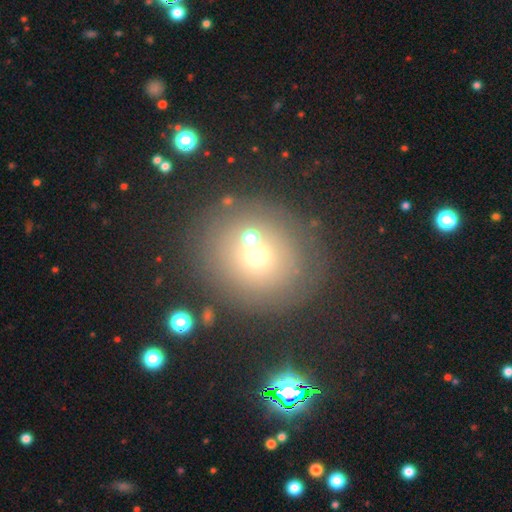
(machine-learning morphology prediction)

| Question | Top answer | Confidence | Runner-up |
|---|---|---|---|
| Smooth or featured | smooth | 60% | star or artifact (23%) |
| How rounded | round | 86% | in between (13%) |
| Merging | none | 69% | merger (16%) |